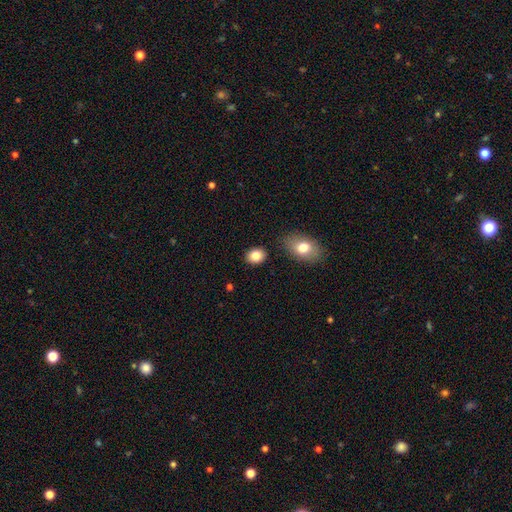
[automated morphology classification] A smooth galaxy with no disk features (84%) that is in between round and cigar-shaped (58%). Merging: none (85%).